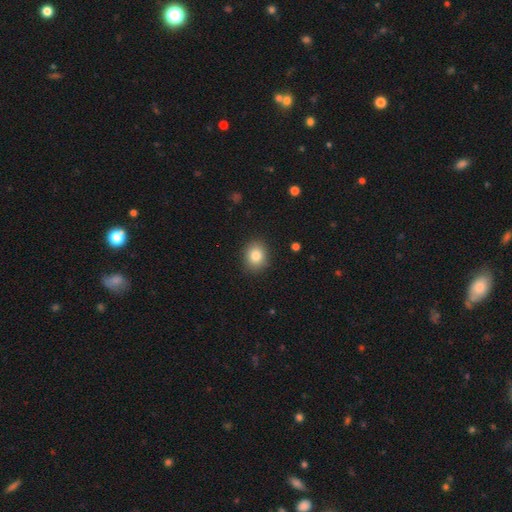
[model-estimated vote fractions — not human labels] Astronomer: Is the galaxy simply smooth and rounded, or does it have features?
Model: smooth — 83%.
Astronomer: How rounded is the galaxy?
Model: round — 66%.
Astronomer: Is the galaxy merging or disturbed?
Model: none — 89%.